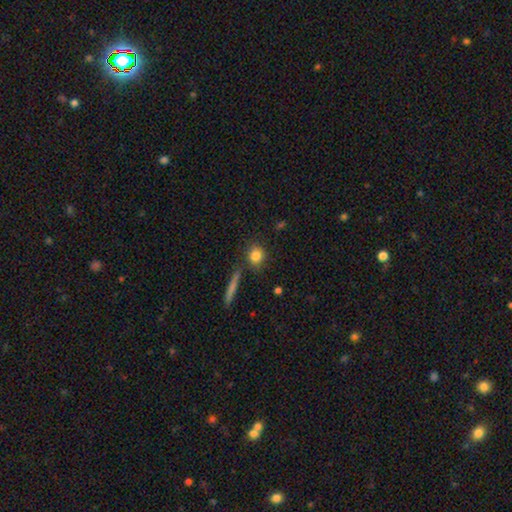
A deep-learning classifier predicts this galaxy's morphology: Overall: smooth (82%). How rounded: round (77%). Merging: none (79%).